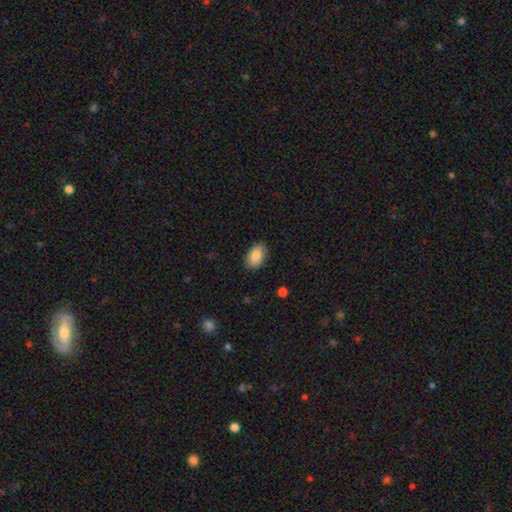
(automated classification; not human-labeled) Smooth or featured? Predicted: smooth (p=0.83). How rounded? Predicted: in between (p=0.91). Merging? Predicted: none (p=0.85).